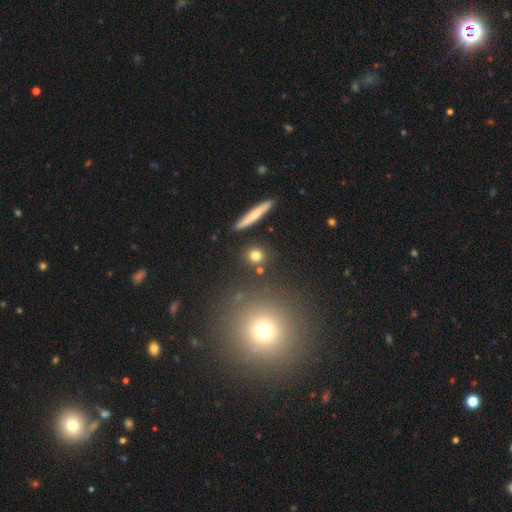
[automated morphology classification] Q: Smooth or featured?
A: smooth (78%); runner-up: star or artifact (11%)
Q: How rounded?
A: round (83%); runner-up: in between (11%)
Q: Merging?
A: none (85%); runner-up: minor disturbance (7%)